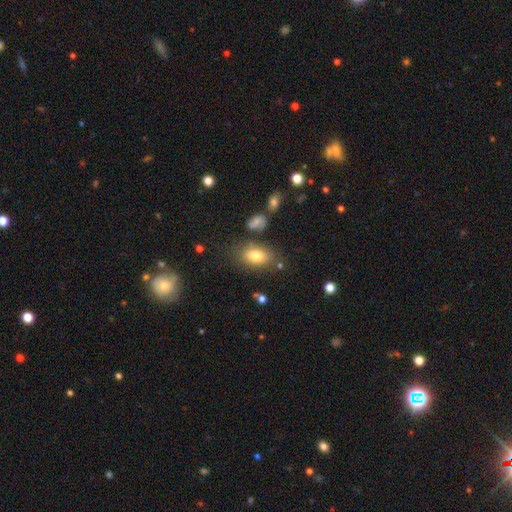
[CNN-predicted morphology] This is likely a smooth galaxy (78%). How rounded: clearly in between (87%). Merging: likely none (75%).